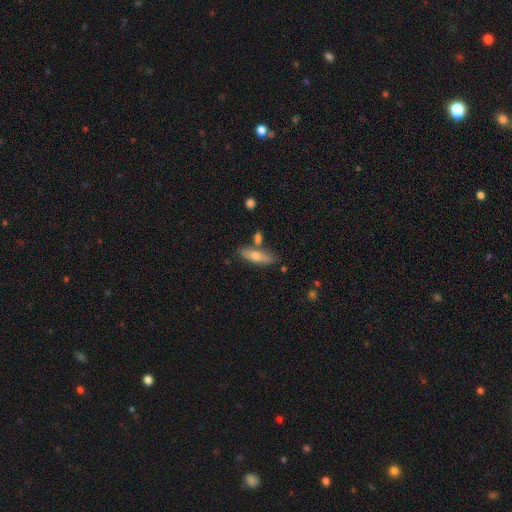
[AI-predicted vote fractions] Smooth or featured?
  - smooth: 61% *
  - featured or disk: 32%
  - star or artifact: 6%
How rounded?
  - in between: 49% *
  - cigar-shaped: 48%
  - round: 3%
Merging?
  - none: 72% *
  - minor disturbance: 13%
  - merger: 11%
  - major disturbance: 3%